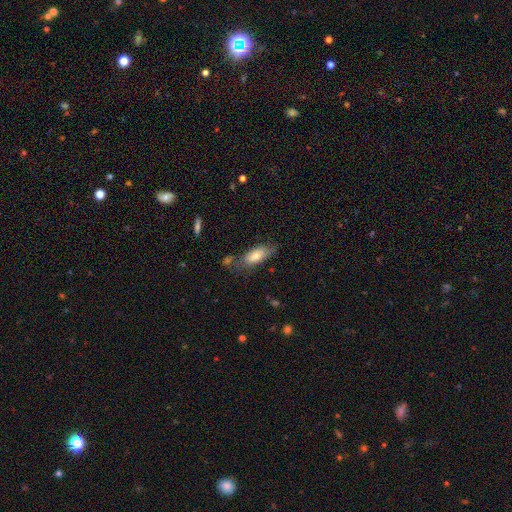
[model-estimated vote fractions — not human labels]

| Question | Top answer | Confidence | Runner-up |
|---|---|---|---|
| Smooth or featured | smooth | 72% | featured or disk (22%) |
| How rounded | in between | 77% | cigar-shaped (20%) |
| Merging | none | 61% | minor disturbance (24%) |